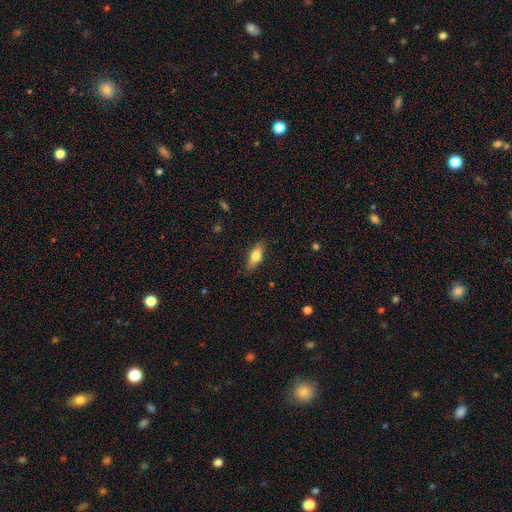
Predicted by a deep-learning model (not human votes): The model was most divided on "how rounded": in between: 69%, cigar-shaped: 28%, round: 3%. More confident: merging — none (83%); smooth or featured — smooth (69%).